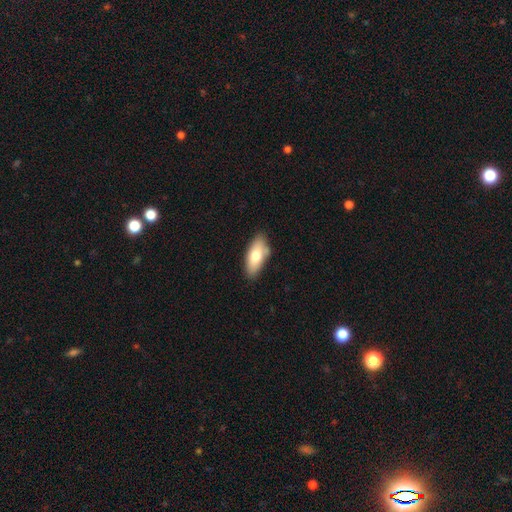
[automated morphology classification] Overall: smooth (72%). How rounded: in between (83%). Merging: none (76%).